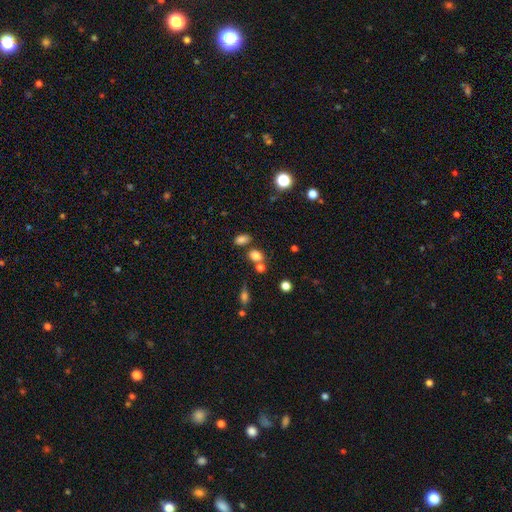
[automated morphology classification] Overall: smooth (77%). How rounded: in between (55%; round 43%). Merging: none (60%; merger 22%).